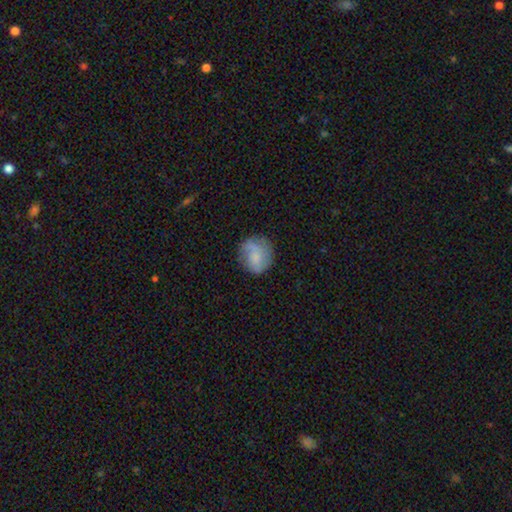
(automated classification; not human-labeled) smooth-or-featured: smooth: 62% | featured or disk: 30% | star or artifact: 8%
  how-rounded: round: 75% | in between: 24% | cigar-shaped: 1%
  merging: none: 66% | minor disturbance: 23% | major disturbance: 9% | merger: 2%